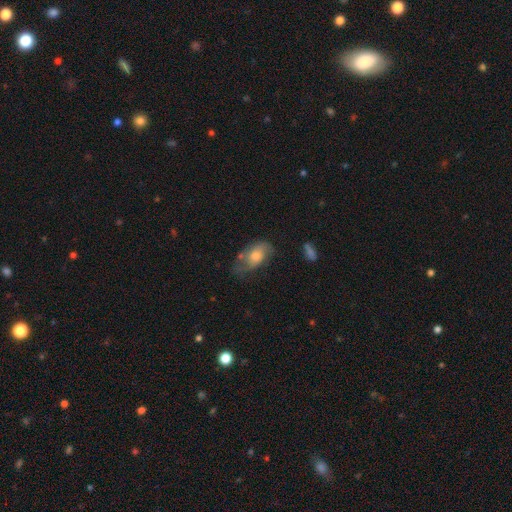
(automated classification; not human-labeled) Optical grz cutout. It shows a smooth galaxy with no disk features (51%) that is in between round and cigar-shaped (89%). Merging: none (45%).